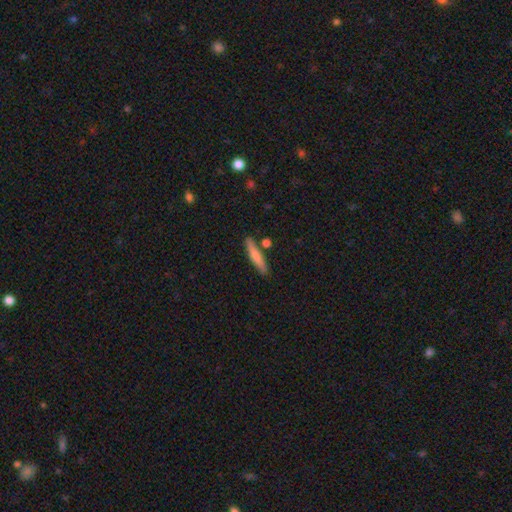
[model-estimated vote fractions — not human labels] Overall: smooth (69%). How rounded: cigar-shaped (88%). Merging: none (80%).